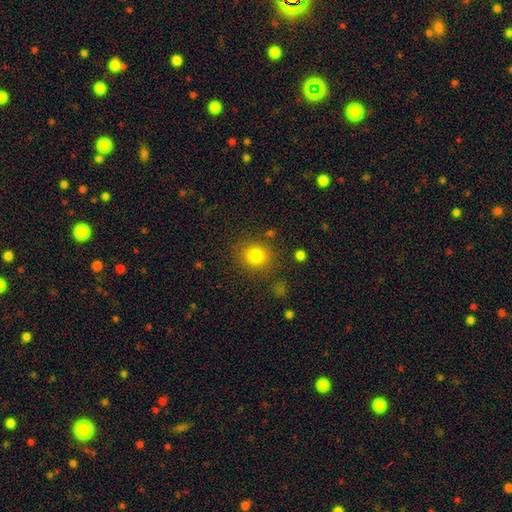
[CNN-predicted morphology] Smooth or featured?
  - smooth: 82% *
  - star or artifact: 12%
  - featured or disk: 6%
How rounded?
  - round: 86% *
  - in between: 13%
  - cigar-shaped: 1%
Merging?
  - none: 82% *
  - minor disturbance: 10%
  - major disturbance: 4%
  - merger: 4%